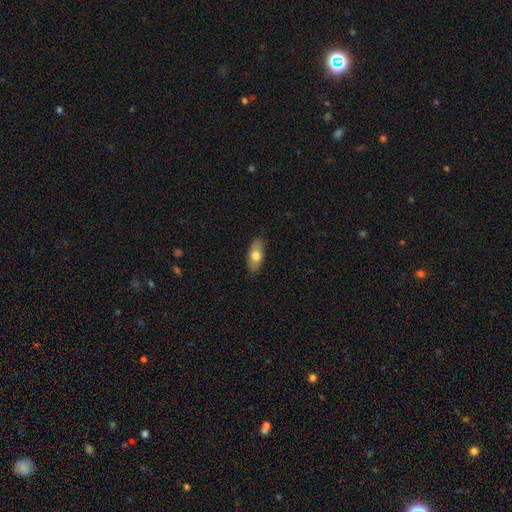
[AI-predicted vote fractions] A smooth galaxy with no disk features (71%) that is in between round and cigar-shaped (85%).

Vote fractions:
- Smooth or featured? smooth: 71% / featured or disk: 22% / star or artifact: 6%
- How rounded? in between: 85% / cigar-shaped: 12% / round: 3%
- Merging? none: 86% / minor disturbance: 11% / major disturbance: 2% / merger: 1%